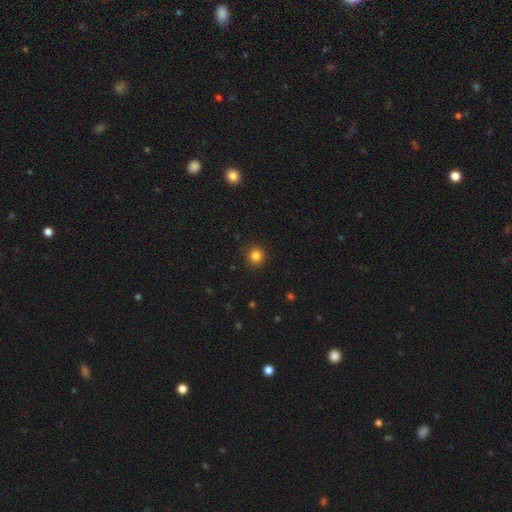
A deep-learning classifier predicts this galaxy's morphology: The model was most divided on "smooth or featured": smooth: 84%, star or artifact: 12%, featured or disk: 4%. More confident: how rounded — round (93%); merging — none (90%).